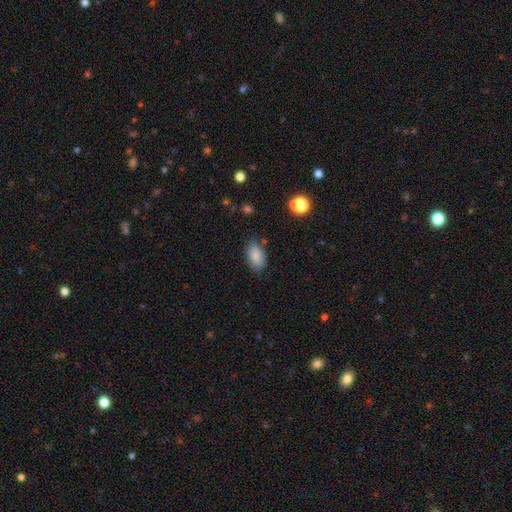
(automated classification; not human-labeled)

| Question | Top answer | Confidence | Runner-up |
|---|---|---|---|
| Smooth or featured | smooth | 86% | star or artifact (8%) |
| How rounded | in between | 93% | round (5%) |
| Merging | none | 81% | minor disturbance (14%) |